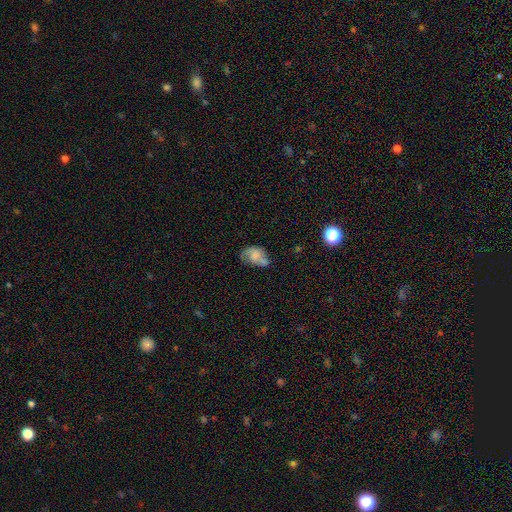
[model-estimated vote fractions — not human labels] Smooth or featured? Predicted: smooth (p=0.51). How rounded? Predicted: in between (p=0.78). Merging? Predicted: none (p=0.35).